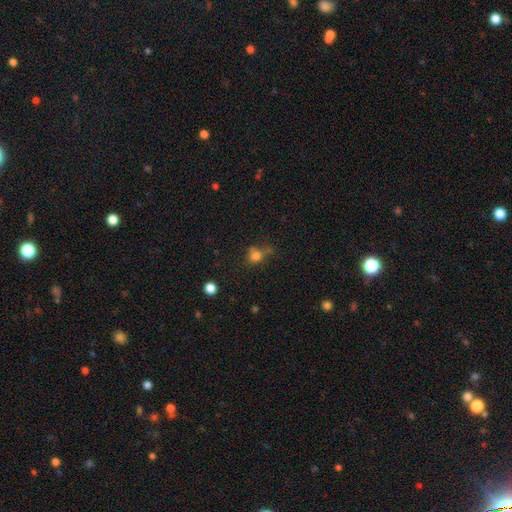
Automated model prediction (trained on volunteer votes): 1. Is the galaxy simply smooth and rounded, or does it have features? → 74% smooth, 16% star or artifact, 10% featured or disk.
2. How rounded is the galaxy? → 70% round, 28% in between, 2% cigar-shaped.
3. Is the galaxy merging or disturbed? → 50% none, 23% minor disturbance, 15% merger, 12% major disturbance.